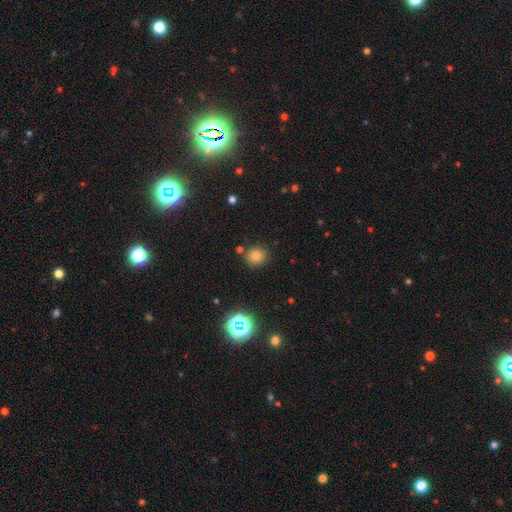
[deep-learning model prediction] Smooth or featured? Predicted: smooth (p=0.75). How rounded? Predicted: round (p=0.86). Merging? Predicted: none (p=0.82).